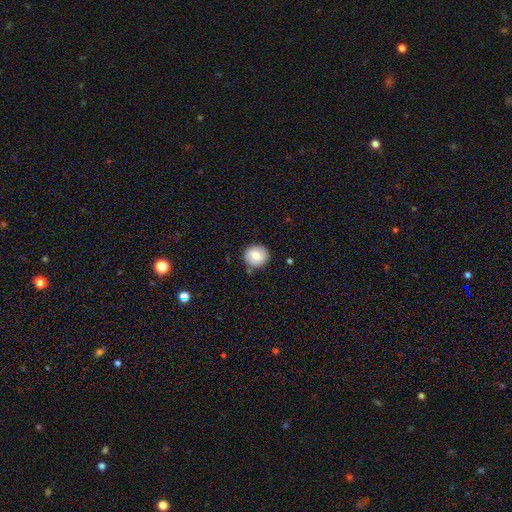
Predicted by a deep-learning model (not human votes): Smooth or featured?
  - smooth: 79% *
  - featured or disk: 13%
  - star or artifact: 8%
How rounded?
  - round: 90% *
  - in between: 9%
  - cigar-shaped: 1%
Merging?
  - none: 81% *
  - minor disturbance: 14%
  - major disturbance: 3%
  - merger: 2%